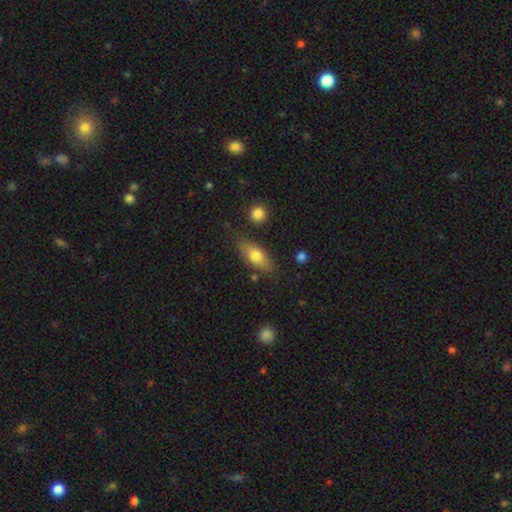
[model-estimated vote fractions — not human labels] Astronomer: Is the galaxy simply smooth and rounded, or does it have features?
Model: smooth — 69%.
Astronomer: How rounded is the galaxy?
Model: in between — 76%.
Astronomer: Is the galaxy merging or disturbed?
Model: none — 75%.